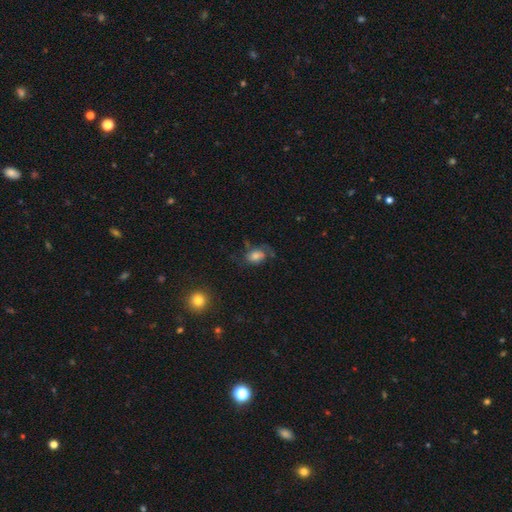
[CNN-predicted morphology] A smooth galaxy with no disk features (58%) that is in between round and cigar-shaped (76%).

Vote fractions:
- Smooth or featured? smooth: 58% / featured or disk: 31% / star or artifact: 12%
- How rounded? in between: 76% / round: 22% / cigar-shaped: 2%
- Merging? none: 47% / minor disturbance: 26% / major disturbance: 23% / merger: 3%